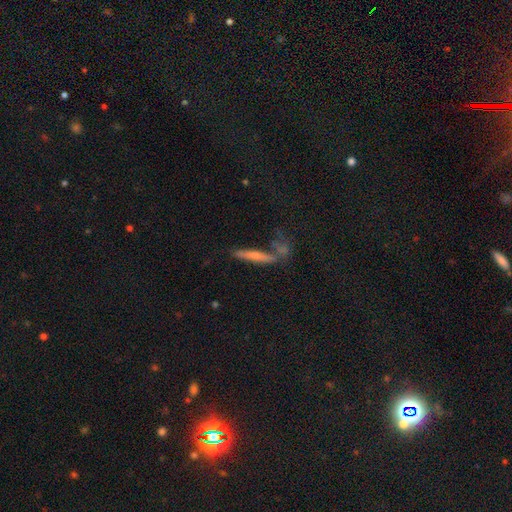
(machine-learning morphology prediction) smooth-or-featured: smooth: 49% | featured or disk: 41% | star or artifact: 10%
  merging: none: 61% | merger: 18% | minor disturbance: 14% | major disturbance: 7%